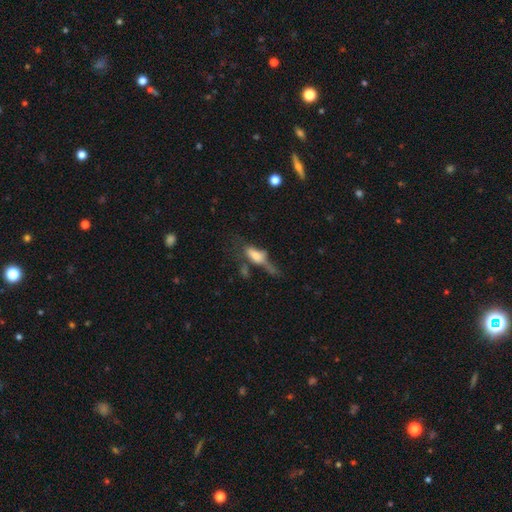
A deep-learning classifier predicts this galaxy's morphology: Q: Smooth or featured?
A: smooth (57%); runner-up: featured or disk (32%)
Q: How rounded?
A: in between (69%); runner-up: cigar-shaped (27%)
Q: Merging?
A: major disturbance (40%); runner-up: none (24%)